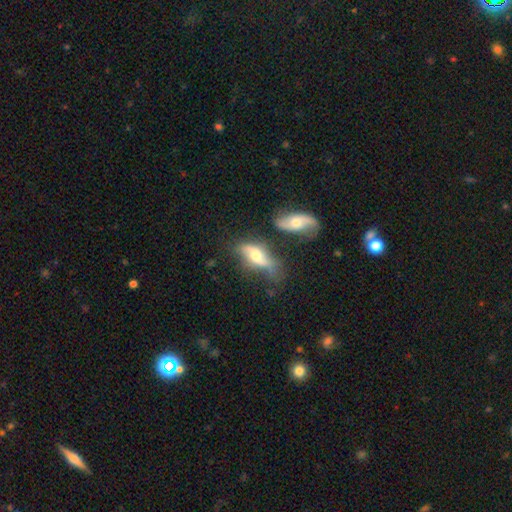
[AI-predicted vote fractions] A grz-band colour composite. It shows a featured or disk galaxy (51%). Merging: none (37%).